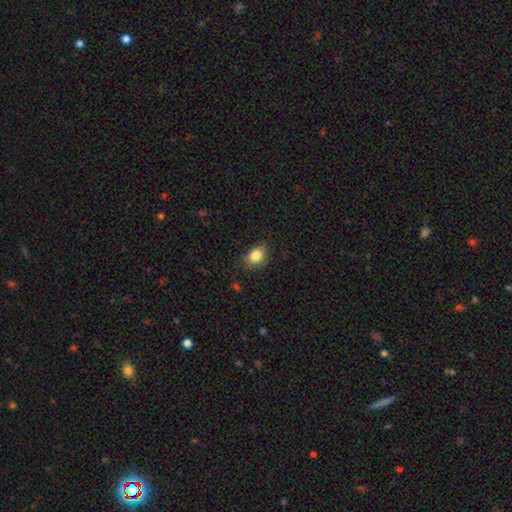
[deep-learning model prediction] This is clearly a smooth galaxy (84%). How rounded: likely in between (67%). Merging: likely none (75%).